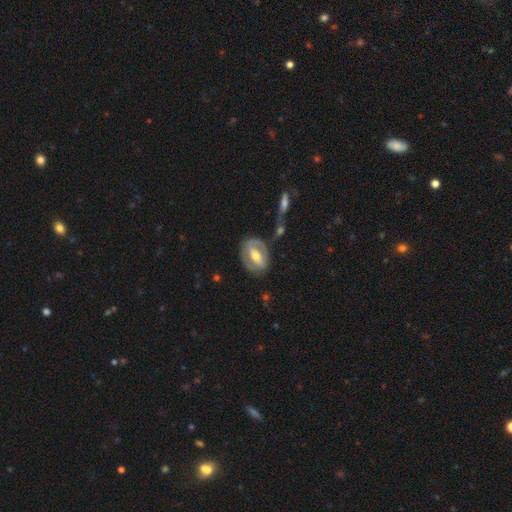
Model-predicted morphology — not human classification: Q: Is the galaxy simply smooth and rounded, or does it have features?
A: featured or disk — 66%.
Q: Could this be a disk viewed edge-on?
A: no — 92%.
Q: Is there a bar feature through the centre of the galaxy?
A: strong — 45%.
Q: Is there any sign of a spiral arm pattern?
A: yes — 53%.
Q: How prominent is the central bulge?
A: moderate — 70%.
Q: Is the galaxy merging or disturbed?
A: none — 66%.